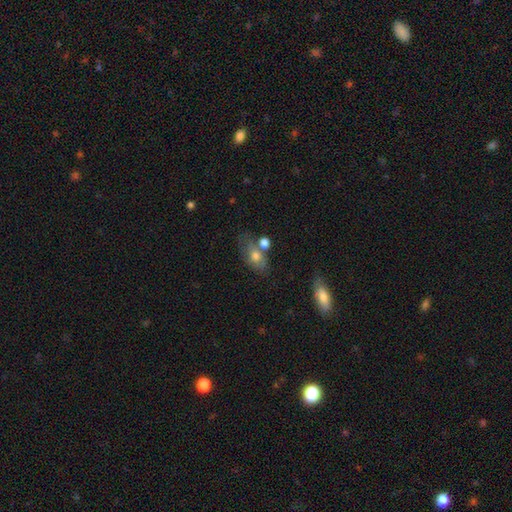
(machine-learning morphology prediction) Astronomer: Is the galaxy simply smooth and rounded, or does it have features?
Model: smooth — 68%.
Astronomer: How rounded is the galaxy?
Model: in between — 82%.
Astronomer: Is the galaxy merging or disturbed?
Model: none — 46% (runner-up: merger, 24%).